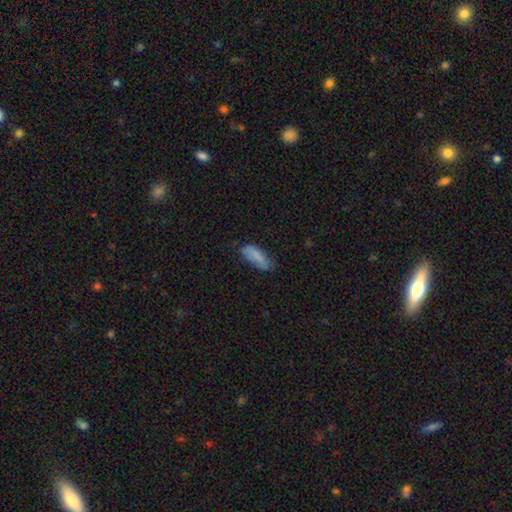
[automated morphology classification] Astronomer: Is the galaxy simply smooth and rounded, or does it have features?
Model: smooth — 81%.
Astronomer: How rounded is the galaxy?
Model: in between — 68%.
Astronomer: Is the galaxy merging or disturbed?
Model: none — 58%.